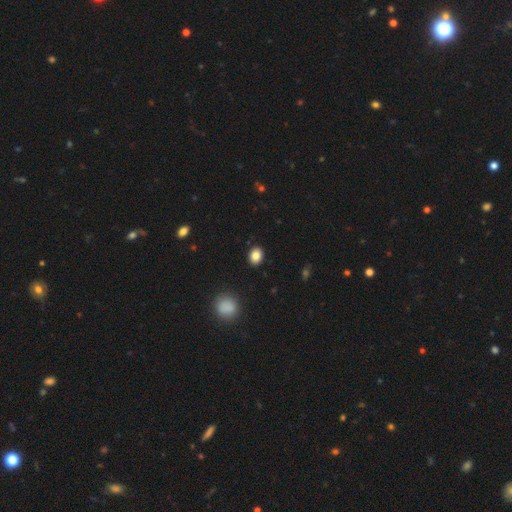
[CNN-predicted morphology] Smooth or featured? Predicted: smooth (p=0.84). How rounded? Predicted: in between (p=0.55). Merging? Predicted: none (p=0.90).